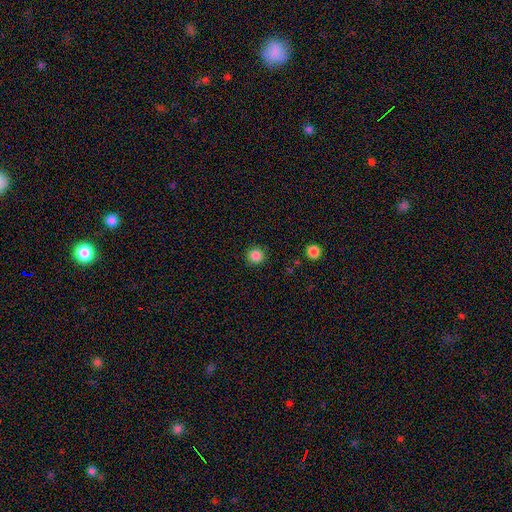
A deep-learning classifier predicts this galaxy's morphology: The model was most divided on "smooth or featured": smooth: 85%, star or artifact: 11%, featured or disk: 3%. More confident: how rounded — round (95%); merging — none (91%).